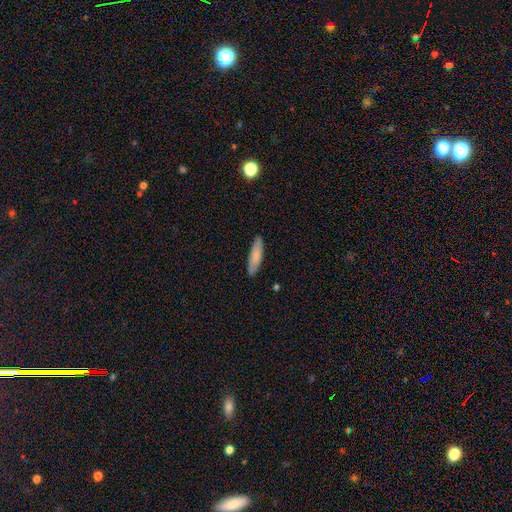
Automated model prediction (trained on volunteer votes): smooth-or-featured: smooth: 81% | featured or disk: 14% | star or artifact: 6%
  how-rounded: cigar-shaped: 72% | in between: 27% | round: 1%
  merging: none: 88% | minor disturbance: 9% | major disturbance: 2% | merger: 1%